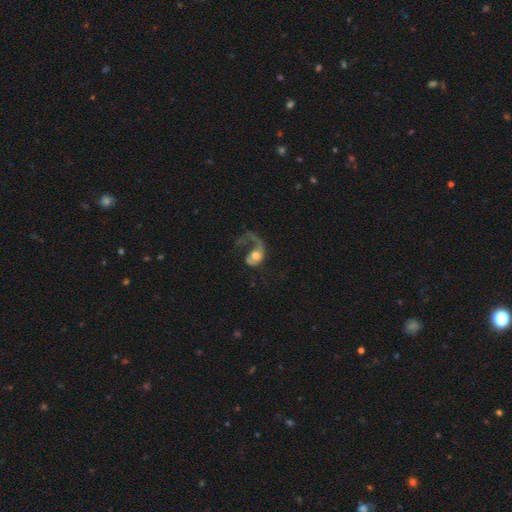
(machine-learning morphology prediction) Smooth or featured? featured or disk (68%)
Edge-on disk? no (97%)
Bar? no (78%)
Spiral arms? yes (80%)
Spiral winding? loose (69%)
Spiral arm count? 1 (84%)
Bulge size? moderate (58%)
Merging? major disturbance (63%)